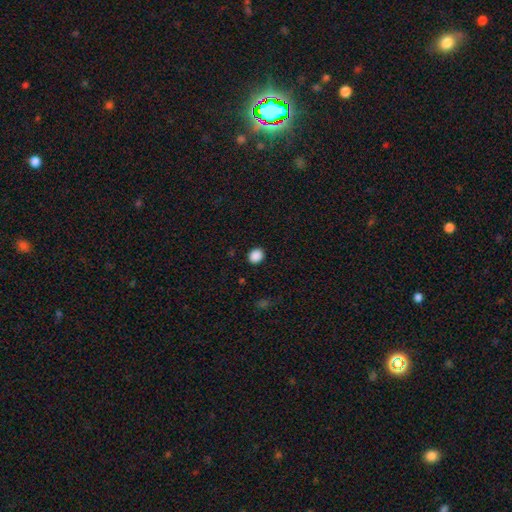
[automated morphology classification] Smooth or featured? smooth (88%)
How rounded? round (65%)
Merging? none (90%)